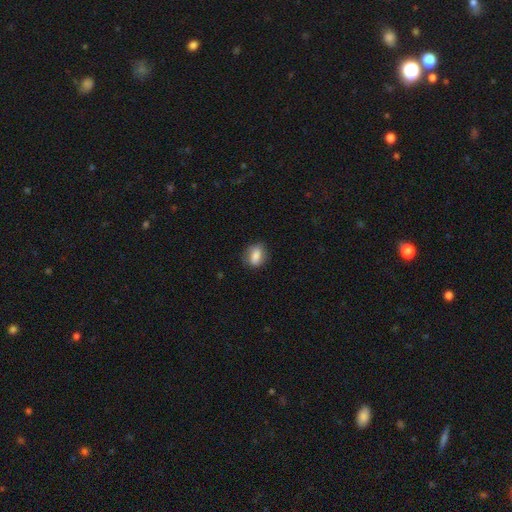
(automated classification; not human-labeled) smooth_or_featured: smooth (p=0.78) [alt: featured or disk p=0.14]
how_rounded: in between (p=0.69) [alt: round p=0.28]
merging: none (p=0.77) [alt: minor disturbance p=0.17]